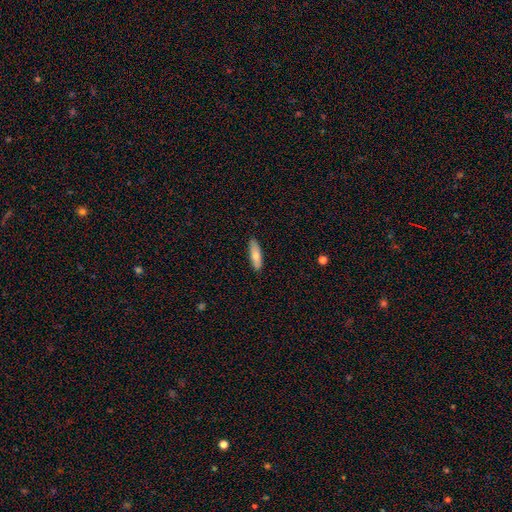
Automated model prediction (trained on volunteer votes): smooth_or_featured: smooth (p=0.74) [alt: featured or disk p=0.20]
how_rounded: cigar-shaped (p=0.52) [alt: in between p=0.46]
merging: none (p=0.88) [alt: minor disturbance p=0.09]